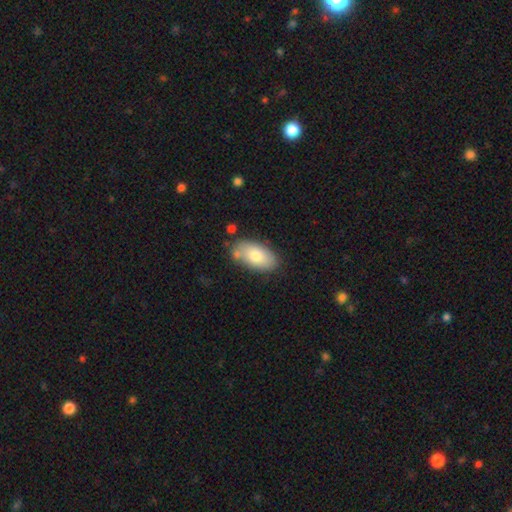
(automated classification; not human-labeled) This is likely a smooth galaxy (75%). How rounded: clearly in between (93%). Merging: likely none (74%).